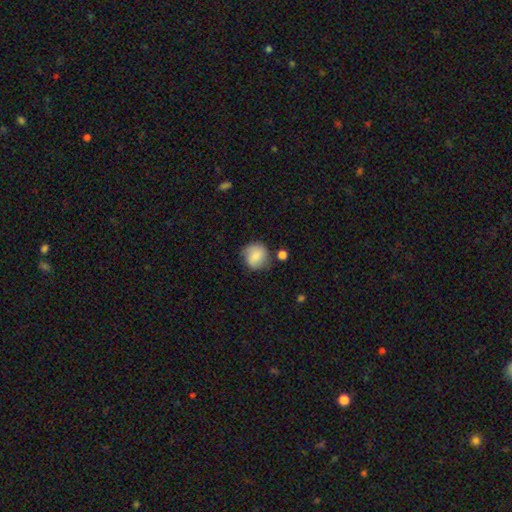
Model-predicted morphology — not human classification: smooth_or_featured: smooth (p=0.76) [alt: featured or disk p=0.16]
how_rounded: round (p=0.83) [alt: in between p=0.16]
merging: none (p=0.64) [alt: minor disturbance p=0.23]